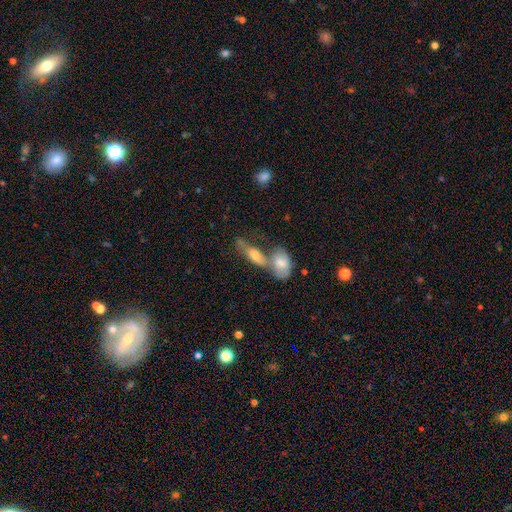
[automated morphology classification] type=smooth (50%); merging=merger (50%).